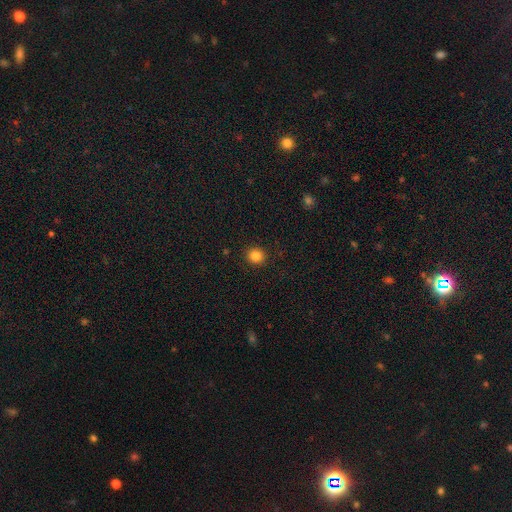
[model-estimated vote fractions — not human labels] smooth_or_featured: smooth (p=0.84) [alt: star or artifact p=0.11]
how_rounded: round (p=0.91) [alt: in between p=0.08]
merging: none (p=0.92) [alt: minor disturbance p=0.05]